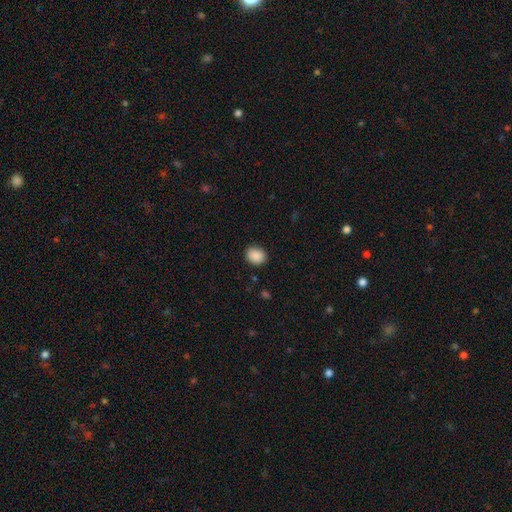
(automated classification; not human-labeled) Morphology: type=smooth (90%); roundness=in between (50%); merging=none (87%).